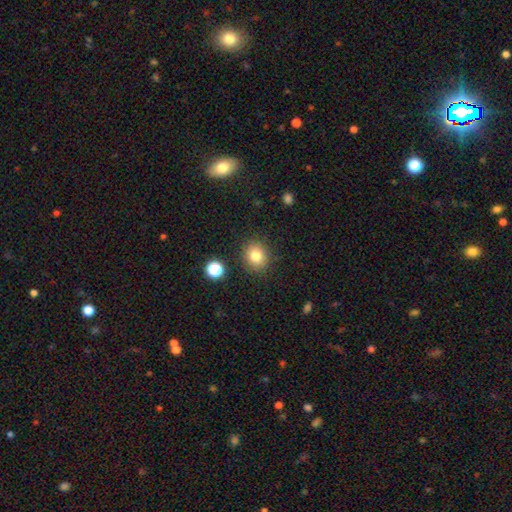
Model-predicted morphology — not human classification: smooth 80%, star or artifact 12%, featured or disk 8%. Down the decision tree: how rounded — round (79%); merging — none (87%).